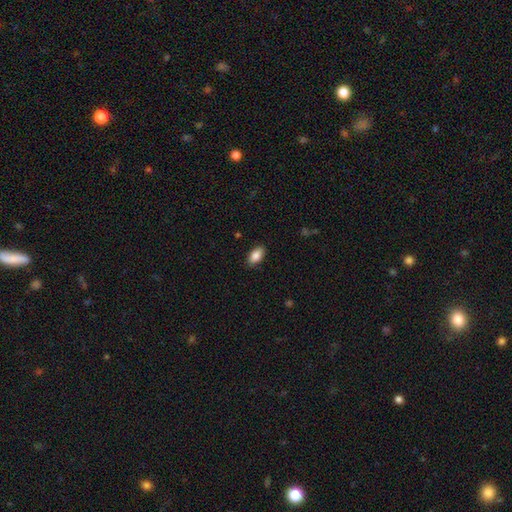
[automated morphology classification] Smooth or featured? Predicted: smooth (p=0.86). How rounded? Predicted: in between (p=0.92). Merging? Predicted: none (p=0.87).